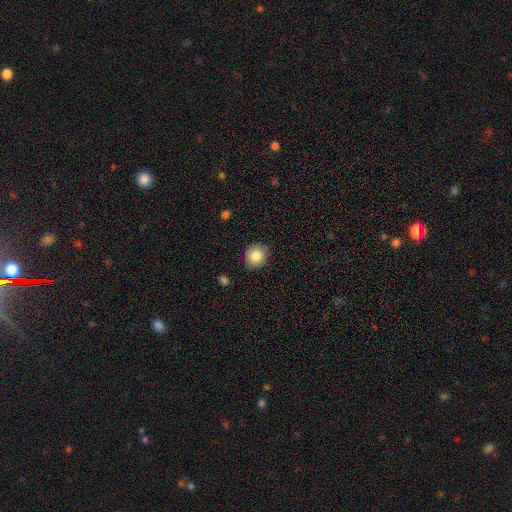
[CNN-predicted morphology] The model was most divided on "how rounded": round: 85%, in between: 14%, cigar-shaped: 1%. More confident: merging — none (89%); smooth or featured — smooth (84%).